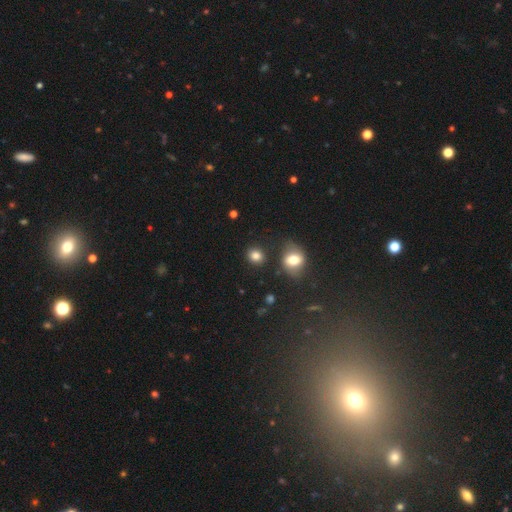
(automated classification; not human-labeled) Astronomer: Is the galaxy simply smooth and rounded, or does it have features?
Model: smooth — 83%.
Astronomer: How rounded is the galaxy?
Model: round — 74%.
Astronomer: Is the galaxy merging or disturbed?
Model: none — 82%.